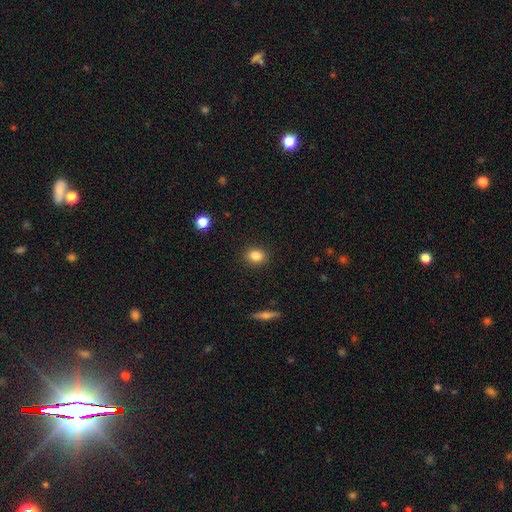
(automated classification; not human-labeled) Smooth or featured? smooth (84%)
How rounded? round (56%)
Merging? none (90%)